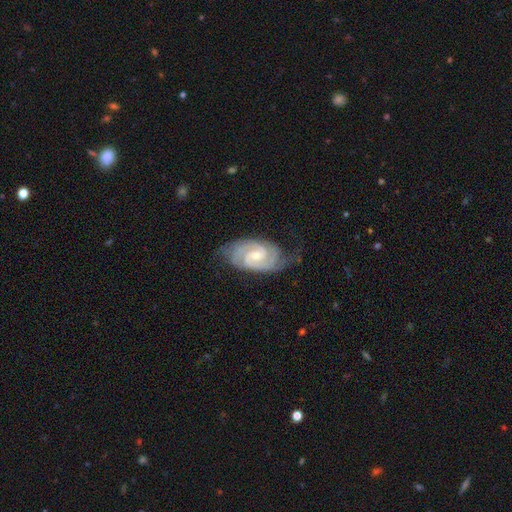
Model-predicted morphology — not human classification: This is clearly a featured or disk galaxy (91%). It is clearly not viewed edge-on (97%). Bar: possibly weak (47%). Spiral arm pattern: clearly yes (98%). Spiral arm count: likely 2 (75%). Spiral winding: likely tight (64%). Central bulge: possibly small (49%). Merging: likely none (70%).